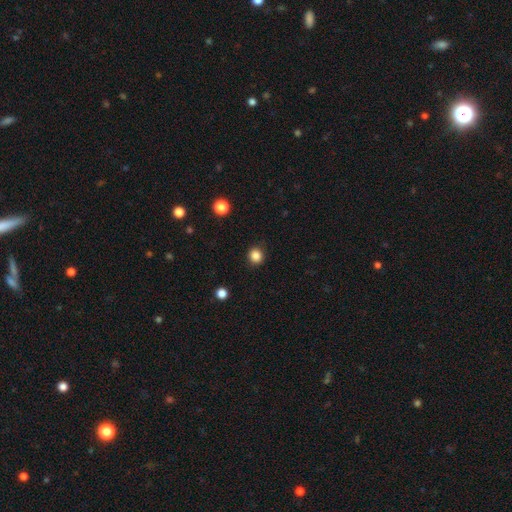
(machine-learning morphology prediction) Smooth or featured? smooth (85%)
How rounded? round (88%)
Merging? none (90%)